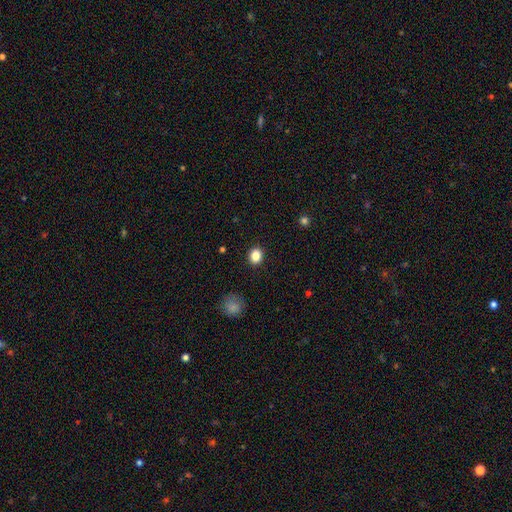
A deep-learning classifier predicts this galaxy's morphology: Smooth or featured? smooth (85%)
How rounded? round (63%)
Merging? none (91%)